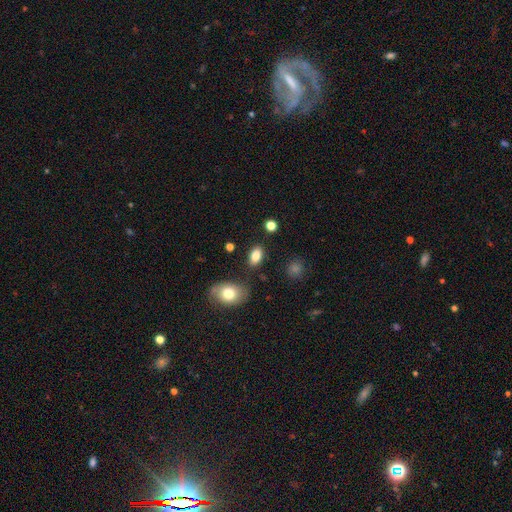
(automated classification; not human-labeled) The model was most divided on "merging": none: 82%, minor disturbance: 11%, merger: 4%, major disturbance: 3%. More confident: how rounded — in between (90%); smooth or featured — smooth (84%).